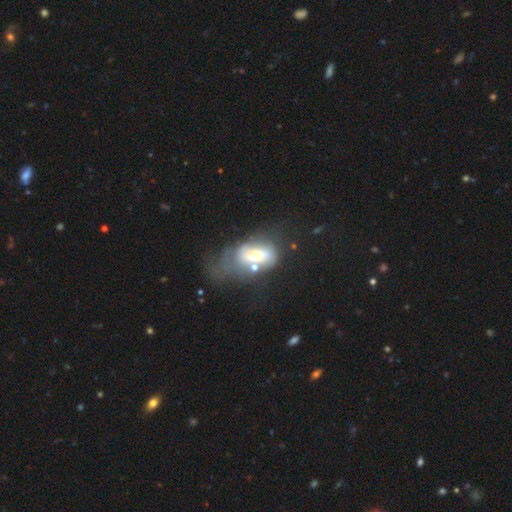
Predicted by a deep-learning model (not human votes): Smooth or featured? Predicted: featured or disk (p=0.49). Merging? Predicted: major disturbance (p=0.43).